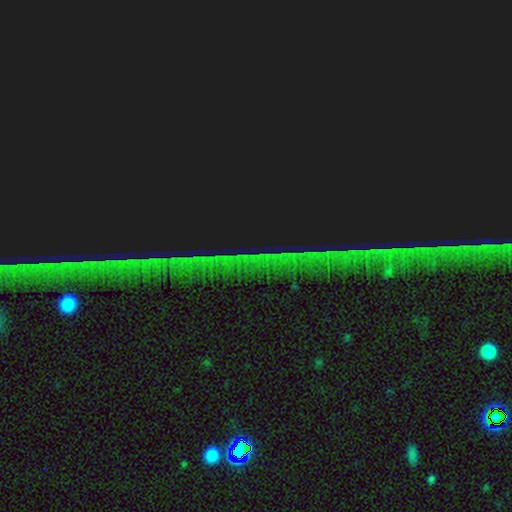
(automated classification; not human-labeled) star or artifact 84%, featured or disk 9%, smooth 7%.